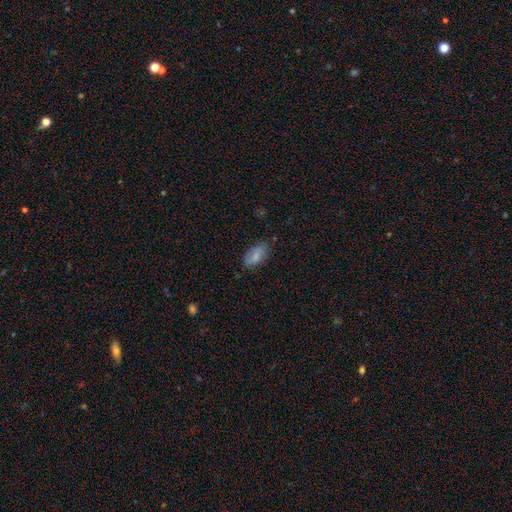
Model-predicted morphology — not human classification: Smooth or featured: smooth — 80% (featured or disk — 12%)
How rounded: in between — 91% (cigar-shaped — 6%)
Merging: none — 70% (minor disturbance — 22%)